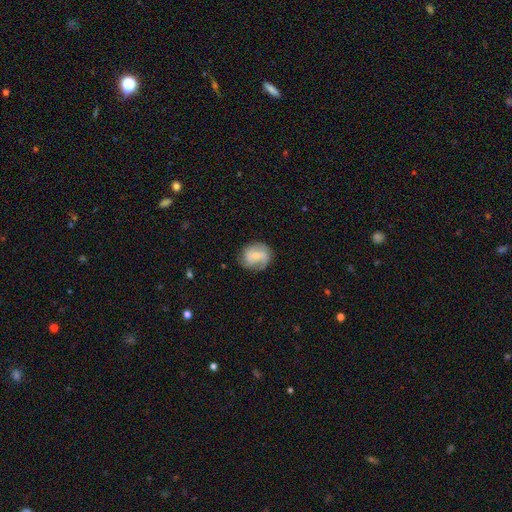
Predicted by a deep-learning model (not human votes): smooth-or-featured: featured or disk: 60% | smooth: 33% | star or artifact: 7%
  disk-edge-on: no: 97% | yes: 3%
    bar: no: 44% | weak: 43% | strong: 13%
    has-spiral-arms: yes: 88% | no: 12%
      spiral-winding: medium: 43% | tight: 30% | loose: 27%
      spiral-arm-count: 2: 50% | can't tell: 19% | 3: 17% | 1: 8% | 4: 3% | more than 4: 3%
    bulge-size: small: 54% | moderate: 35% | none: 7% | large: 3% | dominant: 1%
  merging: none: 72% | minor disturbance: 19% | major disturbance: 8% | merger: 1%